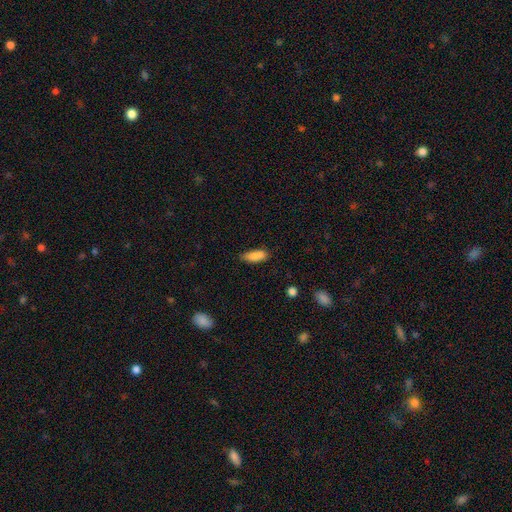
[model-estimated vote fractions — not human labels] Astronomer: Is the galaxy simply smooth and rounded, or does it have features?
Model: smooth — 83%.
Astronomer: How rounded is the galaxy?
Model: in between — 70%.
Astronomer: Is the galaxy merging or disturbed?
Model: none — 65%.